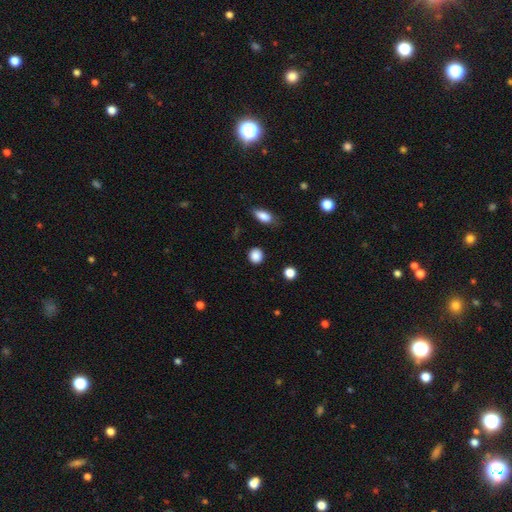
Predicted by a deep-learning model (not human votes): Smooth or featured?
  - smooth: 88% *
  - star or artifact: 9%
  - featured or disk: 3%
How rounded?
  - round: 82% *
  - in between: 17%
  - cigar-shaped: 1%
Merging?
  - none: 89% *
  - minor disturbance: 7%
  - major disturbance: 2%
  - merger: 1%